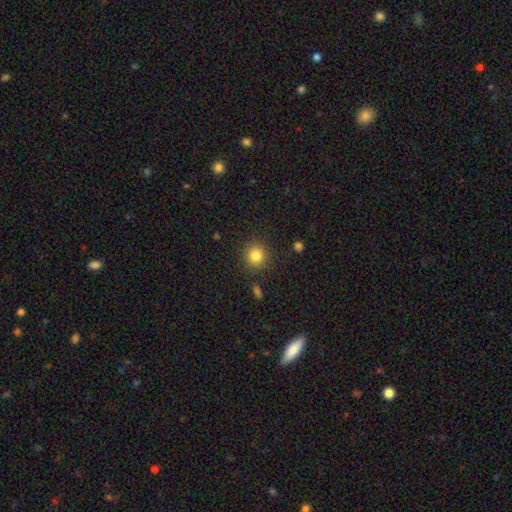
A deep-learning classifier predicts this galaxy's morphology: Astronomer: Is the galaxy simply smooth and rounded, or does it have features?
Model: smooth — 83%.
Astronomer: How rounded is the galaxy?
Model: round — 92%.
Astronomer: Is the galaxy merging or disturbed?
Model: none — 89%.